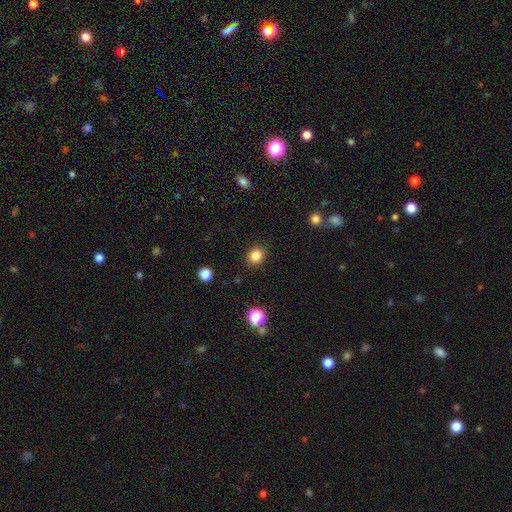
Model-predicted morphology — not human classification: Smooth or featured?
  - smooth: 84% *
  - star or artifact: 12%
  - featured or disk: 4%
How rounded?
  - round: 74% *
  - in between: 25%
  - cigar-shaped: 1%
Merging?
  - none: 89% *
  - minor disturbance: 8%
  - major disturbance: 2%
  - merger: 1%